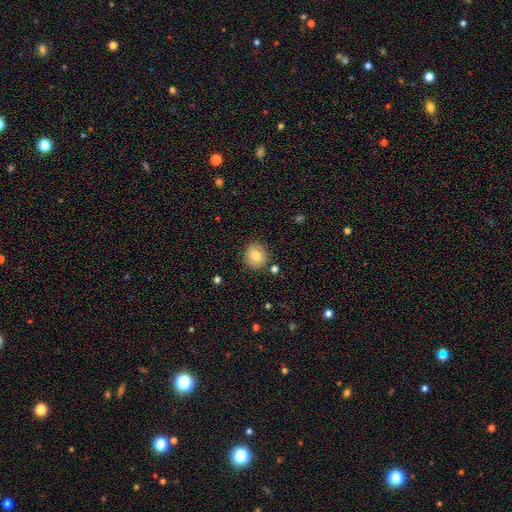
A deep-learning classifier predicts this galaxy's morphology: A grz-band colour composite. It shows a smooth galaxy with no disk features (78%) that is round (82%). Merging: none (86%).